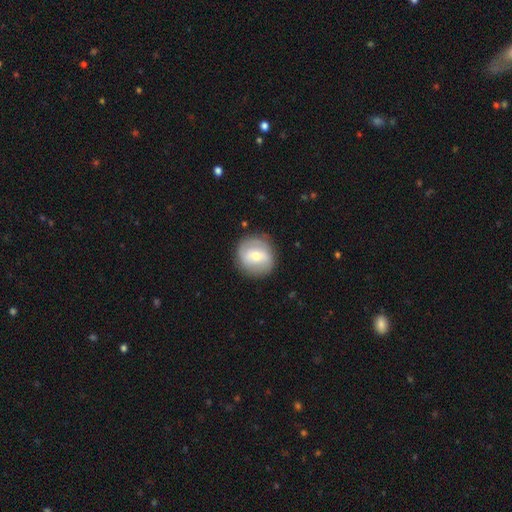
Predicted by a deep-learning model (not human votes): The model was most divided on "smooth or featured": smooth: 49%, featured or disk: 45%, star or artifact: 7%. More confident: merging — none (84%).